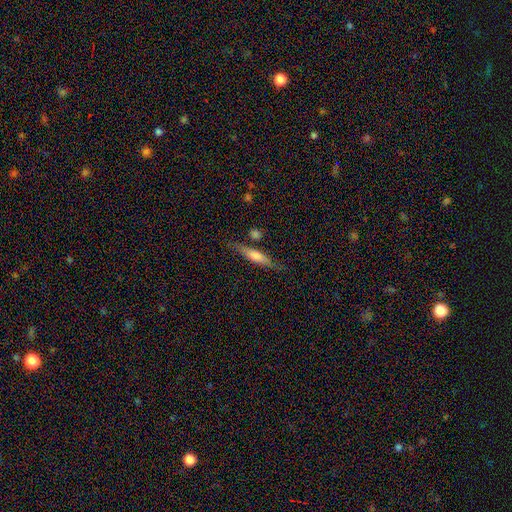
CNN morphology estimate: smooth-or-featured: featured or disk: 50% | smooth: 43% | star or artifact: 7%
  disk-edge-on: yes: 93% | no: 7%
  merging: none: 78% | minor disturbance: 14% | merger: 5% | major disturbance: 3%